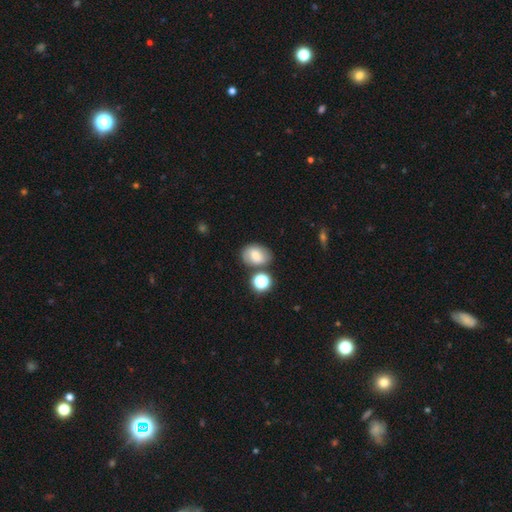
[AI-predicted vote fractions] This is likely a smooth galaxy (61%). How rounded: likely in between (66%). Merging: likely none (62%).